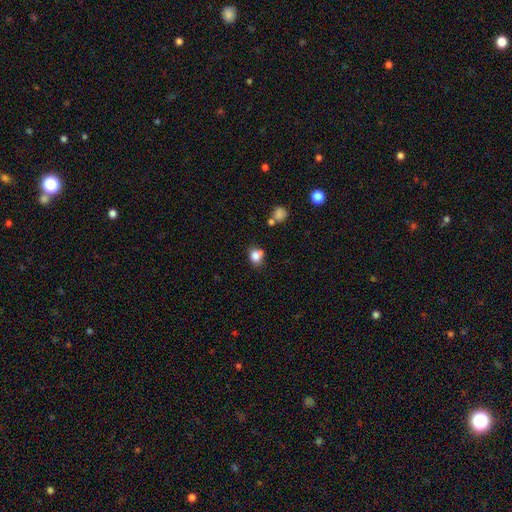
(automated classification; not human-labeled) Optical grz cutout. It shows a smooth galaxy with no disk features (82%) that is round (64%). Merging: none (61%).